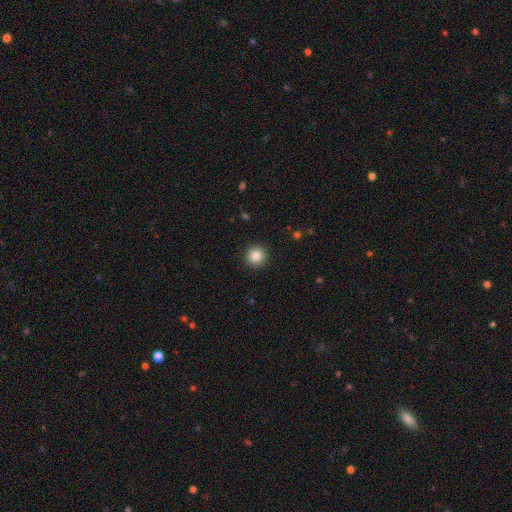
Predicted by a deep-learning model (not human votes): smooth 86%, star or artifact 10%, featured or disk 4%. Down the decision tree: how rounded — round (96%); merging — none (93%).